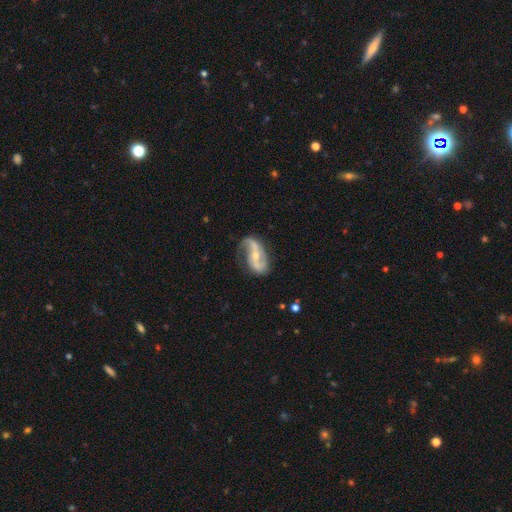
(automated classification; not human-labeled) Smooth or featured?
  - featured or disk: 88% *
  - smooth: 7%
  - star or artifact: 5%
Edge-on disk?
  - no: 96% *
  - yes: 4%
Bar?
  - no: 36% *
  - strong: 32%
  - weak: 32%
Spiral arms?
  - yes: 95% *
  - no: 5%
Spiral winding?
  - loose: 66% *
  - medium: 25%
  - tight: 9%
Spiral arm count?
  - 2: 90% *
  - 1: 4%
  - can't tell: 3%
  - 3: 1%
  - 4: 1%
  - more than 4: 1%
Bulge size?
  - small: 49% *
  - moderate: 47%
  - large: 2%
  - none: 2%
  - dominant: 1%
Merging?
  - none: 68% *
  - minor disturbance: 21%
  - major disturbance: 9%
  - merger: 2%